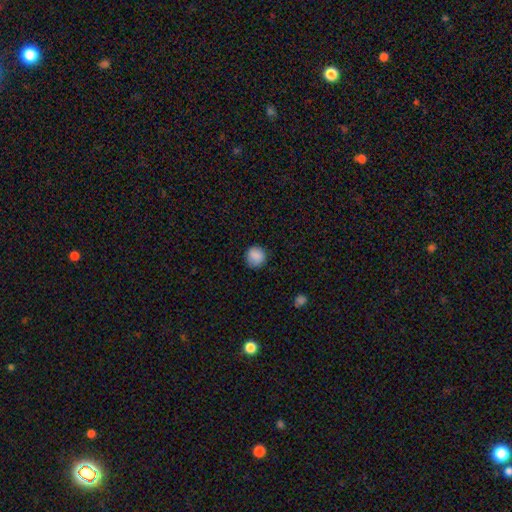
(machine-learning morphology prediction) Smooth or featured? Predicted: smooth (p=0.88). How rounded? Predicted: round (p=0.91). Merging? Predicted: none (p=0.86).